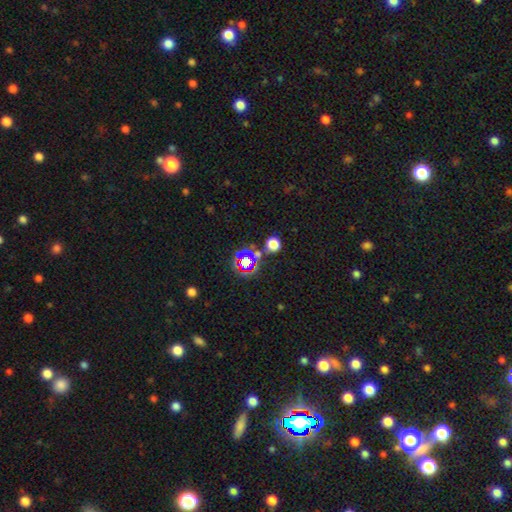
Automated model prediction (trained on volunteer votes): The model was most divided on "smooth or featured": star or artifact: 68%, smooth: 23%, featured or disk: 9%.